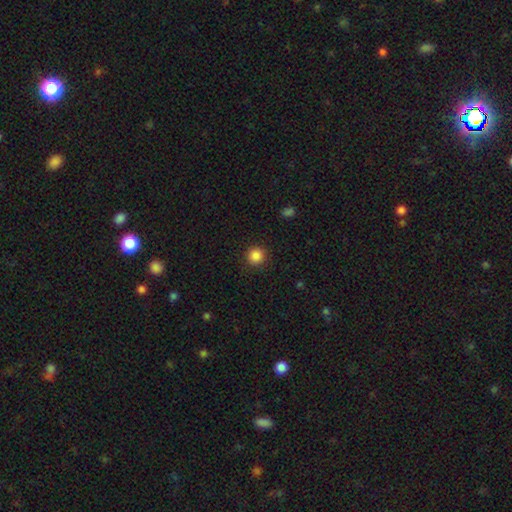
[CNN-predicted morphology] A smooth galaxy with no disk features (86%) that is round (94%). Merging: none (91%).